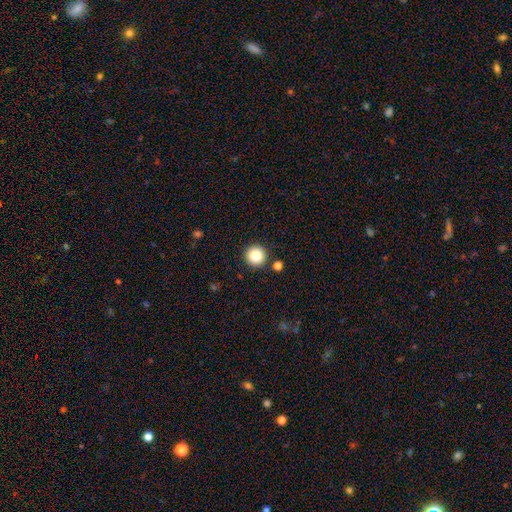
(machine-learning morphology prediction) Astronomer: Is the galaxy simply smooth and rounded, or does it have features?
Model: smooth — 84%.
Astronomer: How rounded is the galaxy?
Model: round — 96%.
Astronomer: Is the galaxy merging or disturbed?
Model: none — 89%.